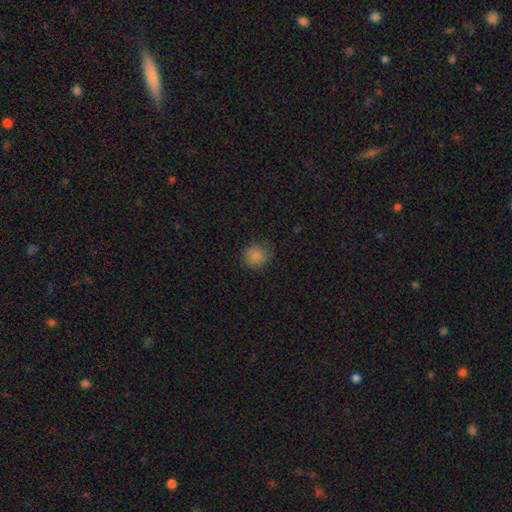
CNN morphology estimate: Q: Smooth or featured?
A: smooth (85%); runner-up: star or artifact (11%)
Q: How rounded?
A: round (90%); runner-up: in between (9%)
Q: Merging?
A: none (83%); runner-up: minor disturbance (12%)